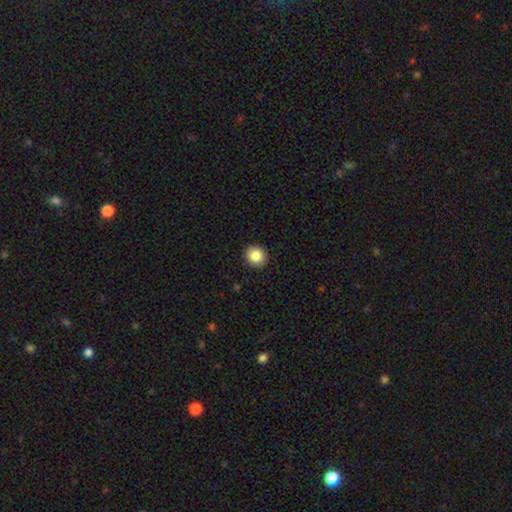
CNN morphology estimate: This is clearly a smooth galaxy (86%). How rounded: clearly round (86%). Merging: clearly none (92%).